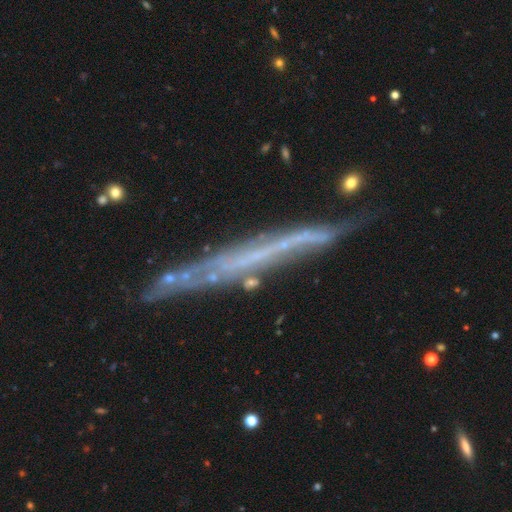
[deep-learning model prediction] Overall: featured or disk (65%; smooth 25%). Edge-on disk: yes (91%). Edge-on bulge: none (92%). Merging: none (77%).